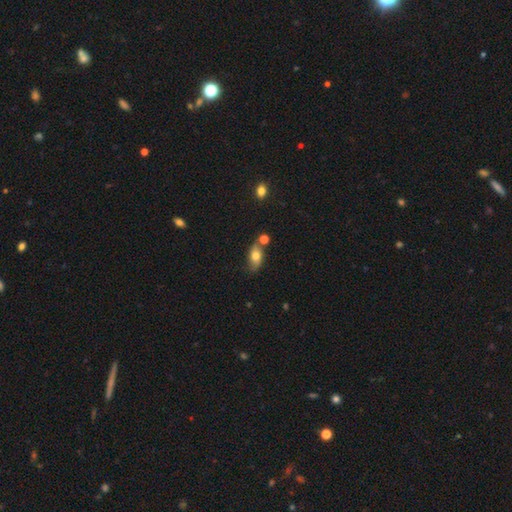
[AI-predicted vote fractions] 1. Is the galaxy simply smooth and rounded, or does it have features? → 66% smooth, 25% featured or disk, 9% star or artifact.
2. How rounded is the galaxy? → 81% in between, 10% round, 9% cigar-shaped.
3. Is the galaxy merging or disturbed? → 60% none, 20% minor disturbance, 14% merger, 6% major disturbance.